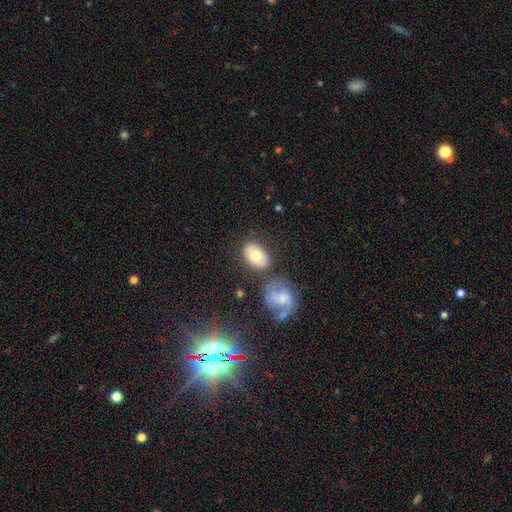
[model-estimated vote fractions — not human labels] Morphology: type=smooth (66%); roundness=in between (78%); merging=none (67%).